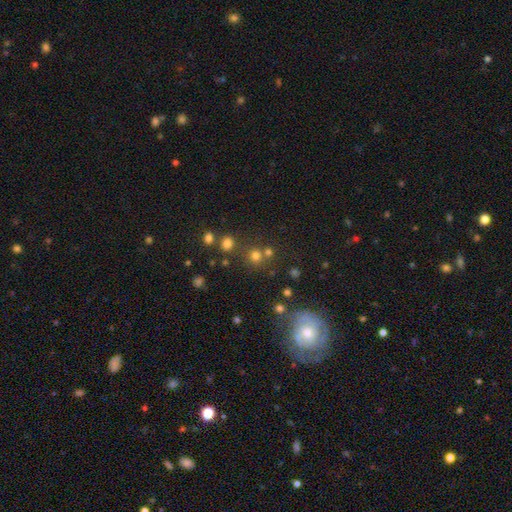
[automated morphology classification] Smooth or featured: smooth — 70% (star or artifact — 23%)
How rounded: round — 91% (in between — 8%)
Merging: none — 69% (merger — 19%)